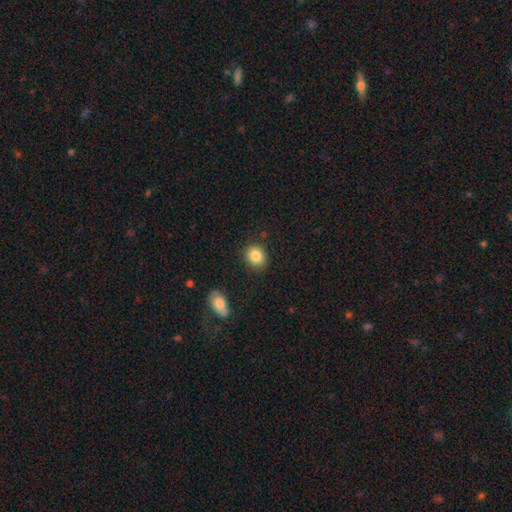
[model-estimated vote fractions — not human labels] Smooth or featured?
  - smooth: 85% *
  - star or artifact: 9%
  - featured or disk: 6%
How rounded?
  - round: 68% *
  - in between: 31%
  - cigar-shaped: 1%
Merging?
  - none: 85% *
  - minor disturbance: 10%
  - major disturbance: 2%
  - merger: 2%